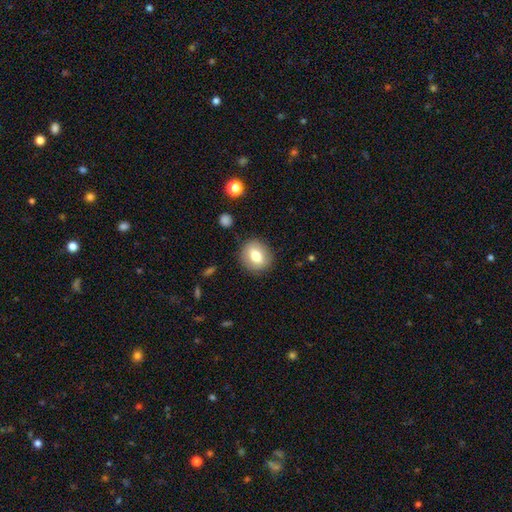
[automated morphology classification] smooth 74%, featured or disk 17%, star or artifact 9%. Down the decision tree: how rounded — round (71%); merging — none (86%).